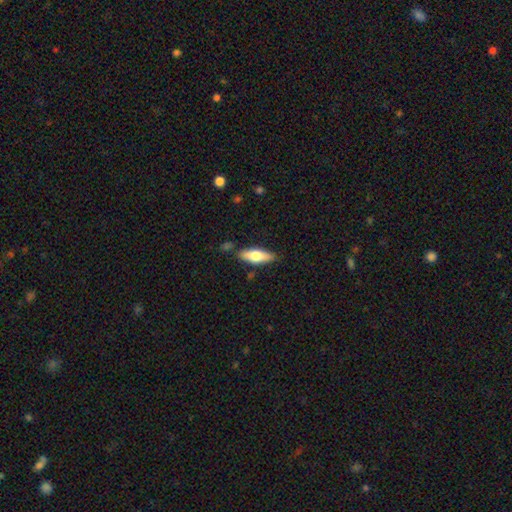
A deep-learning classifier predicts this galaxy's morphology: A smooth galaxy with no disk features (64%) that is in between round and cigar-shaped (60%).

Vote fractions:
- Smooth or featured? smooth: 64% / featured or disk: 30% / star or artifact: 6%
- How rounded? in between: 60% / cigar-shaped: 37% / round: 2%
- Merging? none: 81% / minor disturbance: 13% / merger: 3% / major disturbance: 3%